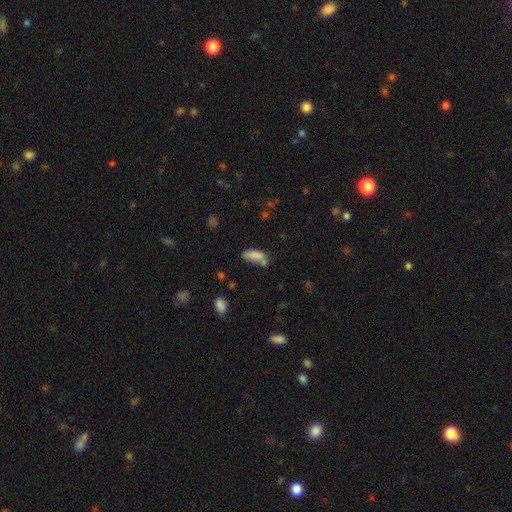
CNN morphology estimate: This appears to be a smooth galaxy with no disk features (81%) that is in between round and cigar-shaped (76%). Merging: none (44%).